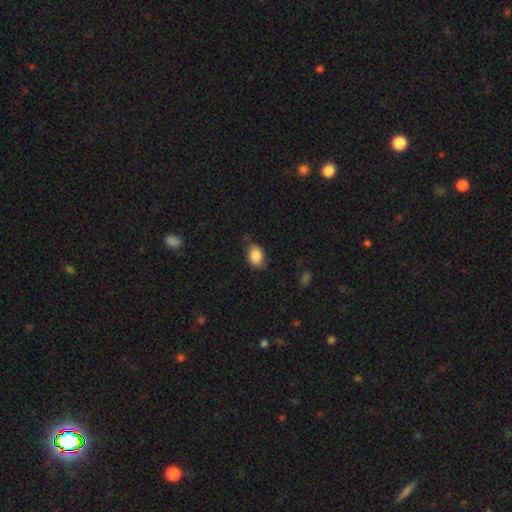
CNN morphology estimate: This appears to be a smooth galaxy with no disk features (86%) that is in between round and cigar-shaped (81%). Merging: none (68%).